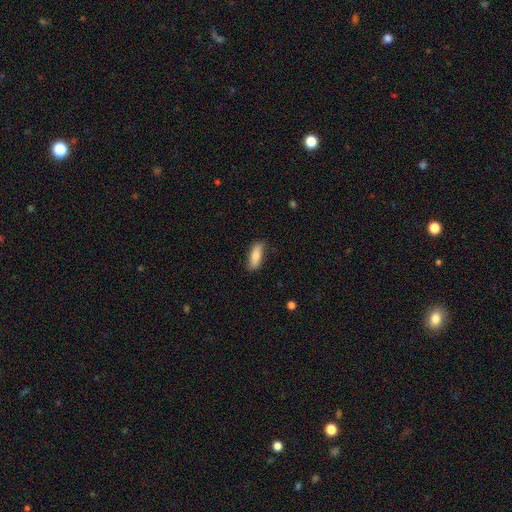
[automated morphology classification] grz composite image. It shows a smooth galaxy with no disk features (80%) that is in between round and cigar-shaped (62%). Merging: none (78%).